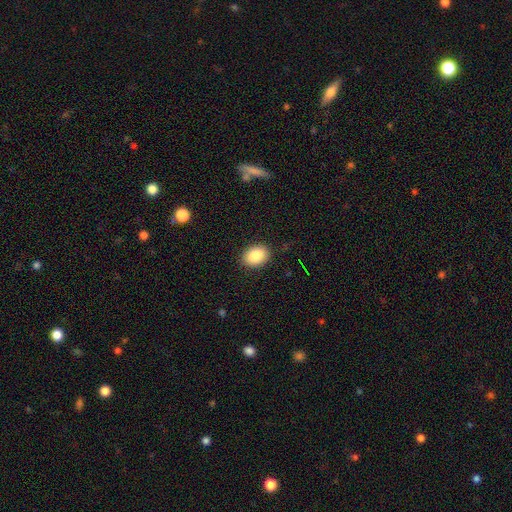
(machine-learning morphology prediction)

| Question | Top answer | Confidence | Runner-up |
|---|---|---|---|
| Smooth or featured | smooth | 86% | star or artifact (8%) |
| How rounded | in between | 73% | round (26%) |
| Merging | none | 88% | minor disturbance (8%) |